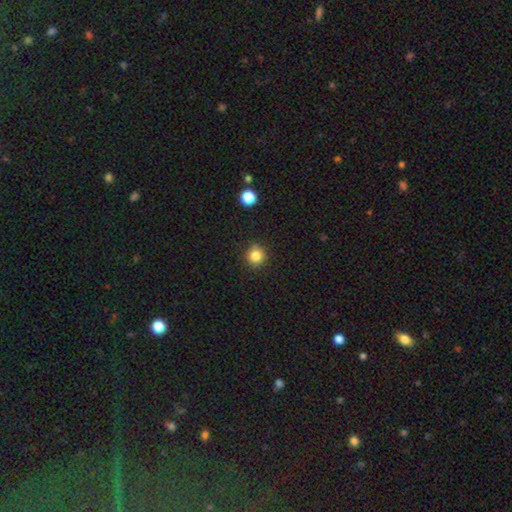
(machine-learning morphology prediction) type=smooth (84%); roundness=round (92%); merging=none (87%).